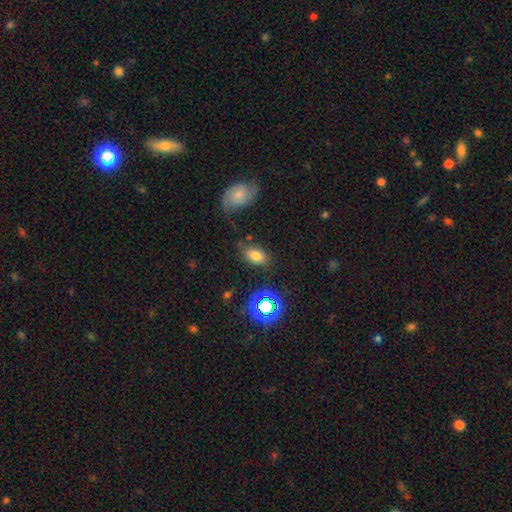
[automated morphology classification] This appears to be a smooth galaxy with no disk features (73%) that is in between round and cigar-shaped (86%). Merging: none (76%).